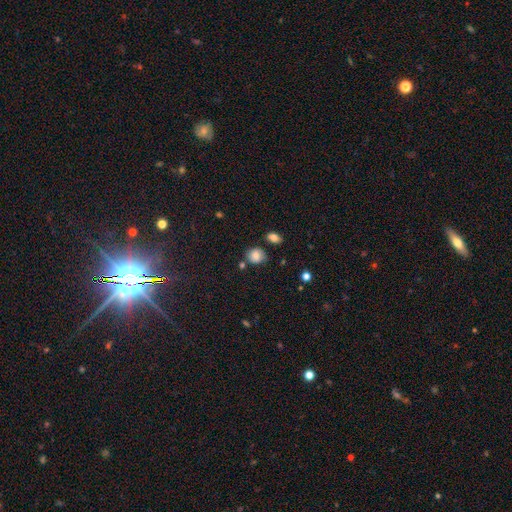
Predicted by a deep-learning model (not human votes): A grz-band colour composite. It shows a smooth galaxy with no disk features (76%) that is round (70%). Merging: none (69%).